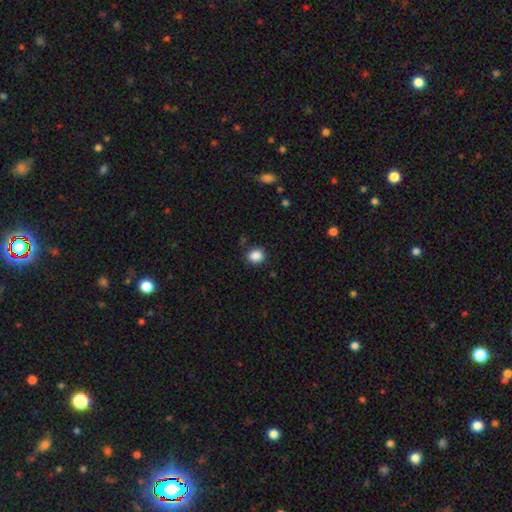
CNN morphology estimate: smooth_or_featured: smooth (p=0.87) [alt: star or artifact p=0.10]
how_rounded: round (p=0.72) [alt: in between p=0.27]
merging: none (p=0.86) [alt: minor disturbance p=0.10]